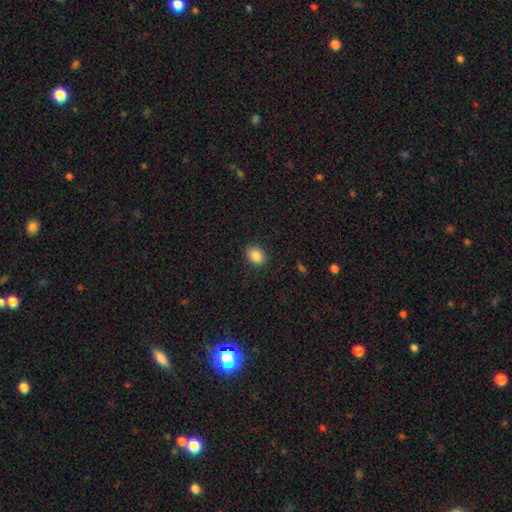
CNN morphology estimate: Smooth or featured? smooth (86%)
How rounded? in between (58%)
Merging? none (87%)